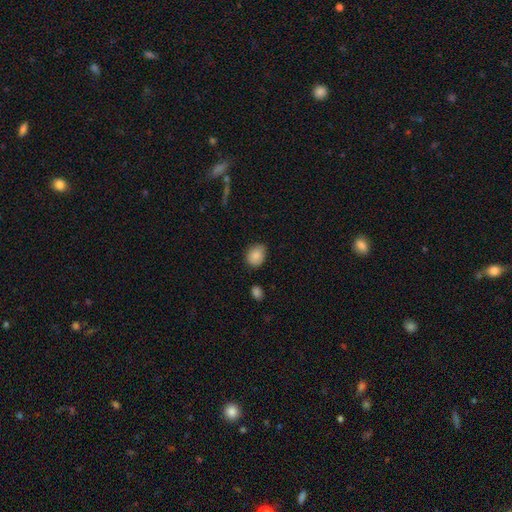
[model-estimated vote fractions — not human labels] smooth-or-featured: smooth: 87% | star or artifact: 8% | featured or disk: 5%
  how-rounded: in between: 54% | round: 45% | cigar-shaped: 1%
  merging: none: 78% | minor disturbance: 17% | major disturbance: 3% | merger: 2%